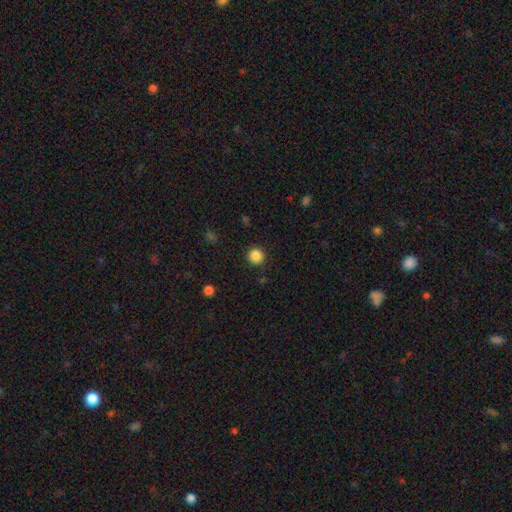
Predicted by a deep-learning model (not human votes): smooth-or-featured: smooth: 86% | star or artifact: 11% | featured or disk: 3%
  how-rounded: round: 94% | in between: 5% | cigar-shaped: 1%
  merging: none: 91% | minor disturbance: 6% | major disturbance: 2% | merger: 1%